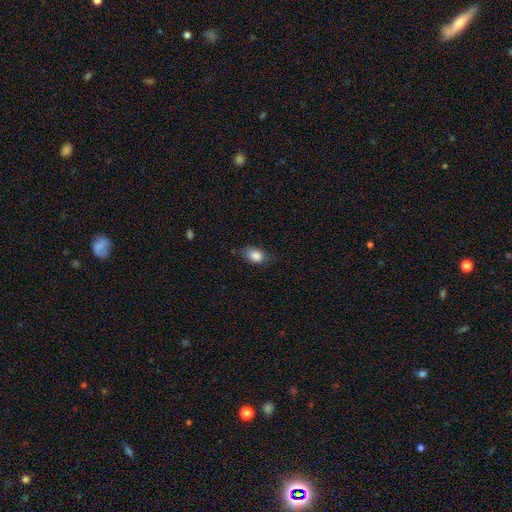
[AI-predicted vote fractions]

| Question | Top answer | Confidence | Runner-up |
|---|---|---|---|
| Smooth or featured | smooth | 86% | star or artifact (8%) |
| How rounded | in between | 82% | round (16%) |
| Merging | none | 70% | minor disturbance (24%) |